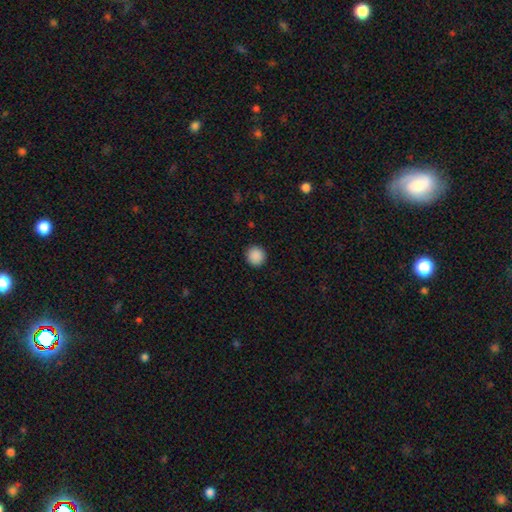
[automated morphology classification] This is clearly a smooth galaxy (89%). How rounded: clearly round (93%). Merging: clearly none (92%).